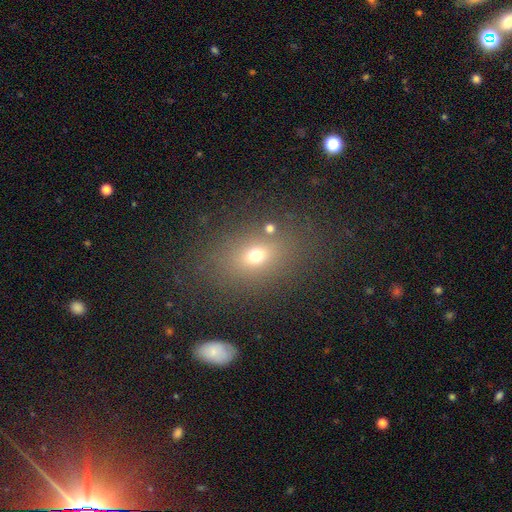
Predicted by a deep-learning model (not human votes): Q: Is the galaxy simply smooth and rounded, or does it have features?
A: smooth — 65%.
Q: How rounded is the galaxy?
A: in between — 64%.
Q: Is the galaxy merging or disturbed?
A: none — 77%.